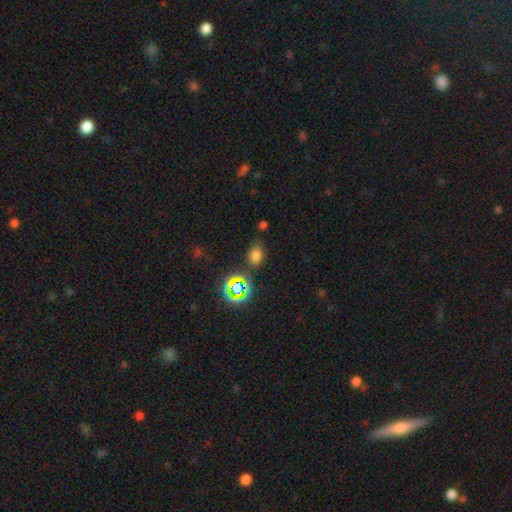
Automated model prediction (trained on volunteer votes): The model was most divided on "how rounded": in between: 65%, round: 34%, cigar-shaped: 2%. More confident: merging — none (67%); smooth or featured — smooth (66%).